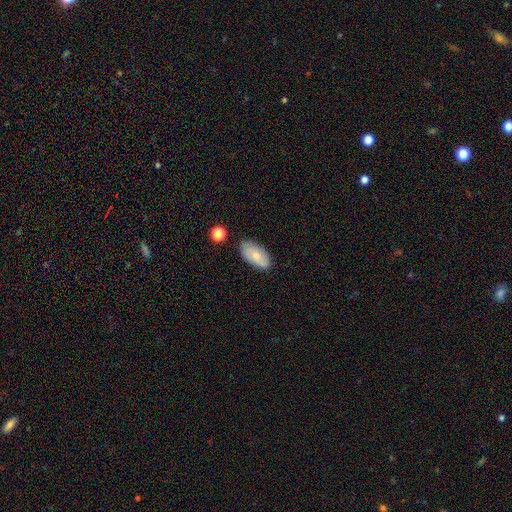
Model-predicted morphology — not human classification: Smooth or featured? Predicted: smooth (p=0.69). How rounded? Predicted: in between (p=0.93). Merging? Predicted: none (p=0.77).